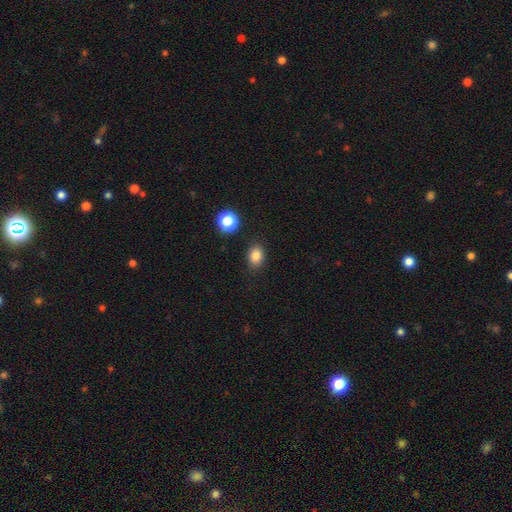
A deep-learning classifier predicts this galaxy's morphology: type=smooth (83%); roundness=in between (63%); merging=none (84%).